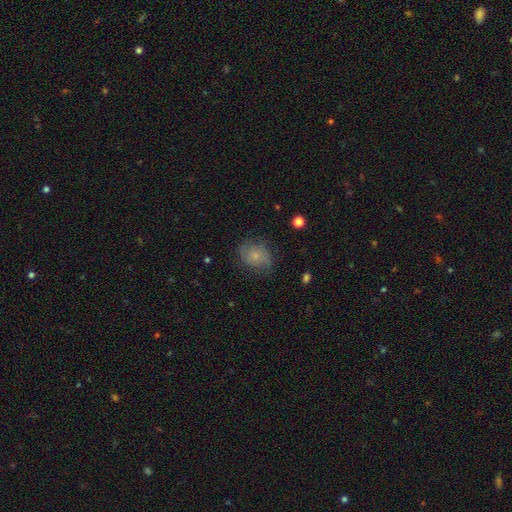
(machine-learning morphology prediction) The model was most divided on "smooth or featured": smooth: 50%, featured or disk: 41%, star or artifact: 10%. More confident: merging — none (70%).